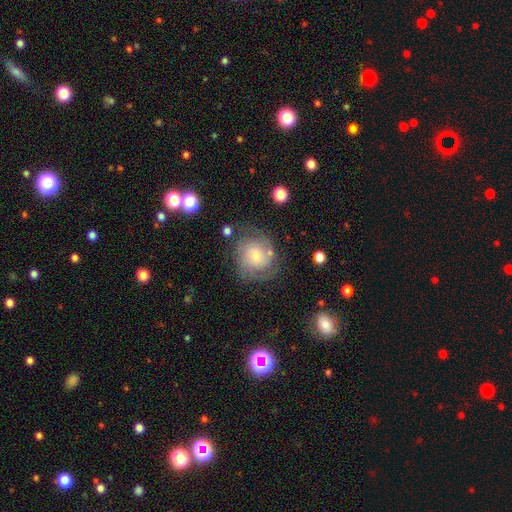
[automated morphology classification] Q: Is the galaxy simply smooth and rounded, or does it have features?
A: featured or disk — 63%.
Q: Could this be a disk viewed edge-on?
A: no — 97%.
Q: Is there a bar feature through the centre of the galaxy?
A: no — 73%.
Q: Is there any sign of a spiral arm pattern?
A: yes — 87%.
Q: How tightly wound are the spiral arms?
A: tight — 49%.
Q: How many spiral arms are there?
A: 2 — 41%.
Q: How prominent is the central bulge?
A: small — 59%.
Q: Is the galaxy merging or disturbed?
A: none — 65%.